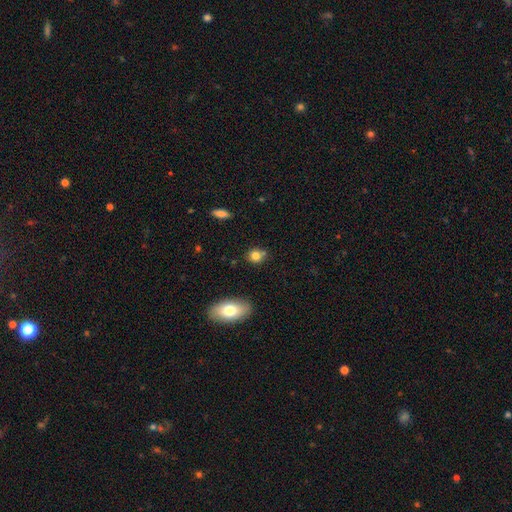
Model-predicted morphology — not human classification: Smooth or featured?
  - smooth: 80% *
  - star or artifact: 11%
  - featured or disk: 9%
How rounded?
  - round: 71% *
  - in between: 28%
  - cigar-shaped: 2%
Merging?
  - none: 65% *
  - merger: 16%
  - minor disturbance: 15%
  - major disturbance: 4%